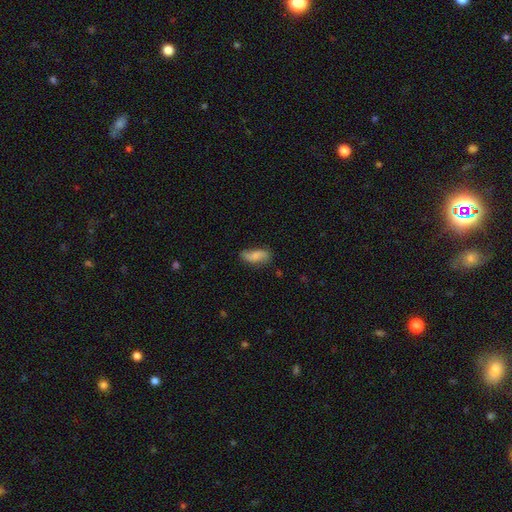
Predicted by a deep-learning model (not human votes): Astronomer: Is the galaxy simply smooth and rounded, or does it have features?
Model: smooth — 60%.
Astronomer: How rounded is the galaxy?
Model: in between — 78%.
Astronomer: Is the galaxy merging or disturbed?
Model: none — 59%.